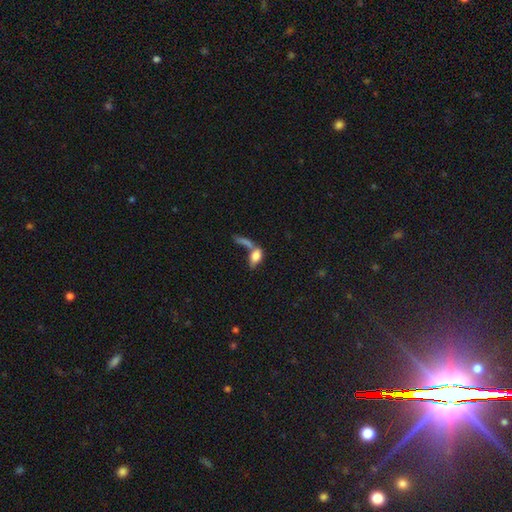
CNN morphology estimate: Smooth or featured?
  - smooth: 74% *
  - featured or disk: 17%
  - star or artifact: 9%
How rounded?
  - in between: 82% *
  - cigar-shaped: 10%
  - round: 8%
Merging?
  - merger: 50% *
  - none: 24%
  - major disturbance: 15%
  - minor disturbance: 11%